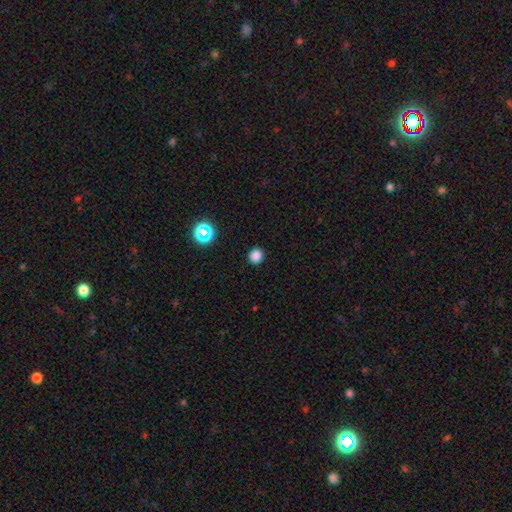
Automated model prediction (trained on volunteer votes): smooth_or_featured: smooth (p=0.83) [alt: star or artifact p=0.14]
how_rounded: round (p=0.90) [alt: in between p=0.09]
merging: none (p=0.92) [alt: minor disturbance p=0.05]